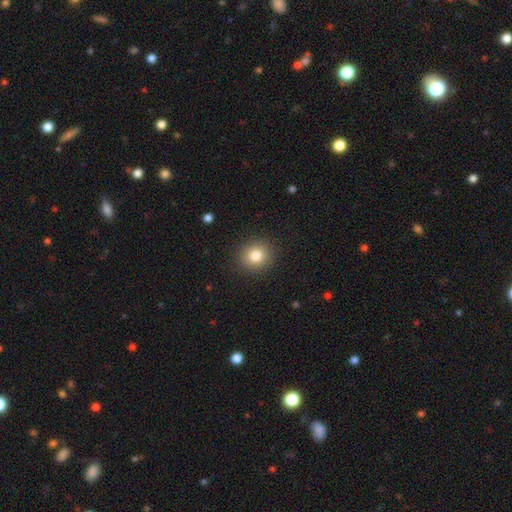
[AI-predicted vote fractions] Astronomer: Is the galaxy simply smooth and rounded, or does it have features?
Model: smooth — 81%.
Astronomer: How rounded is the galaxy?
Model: round — 83%.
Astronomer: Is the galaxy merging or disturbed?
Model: none — 90%.